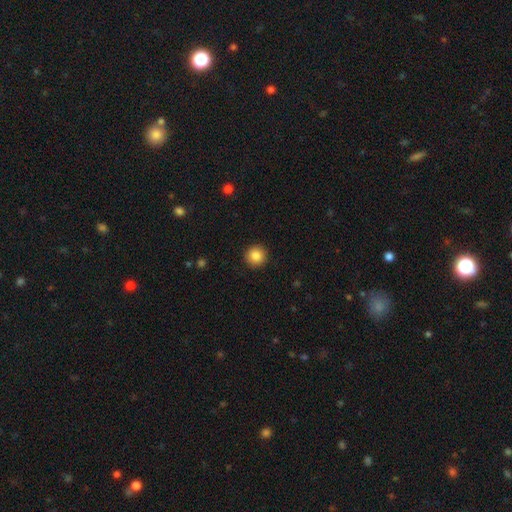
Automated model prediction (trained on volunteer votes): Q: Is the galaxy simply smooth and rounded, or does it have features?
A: smooth — 86%.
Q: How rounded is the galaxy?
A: round — 95%.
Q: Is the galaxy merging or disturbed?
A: none — 93%.